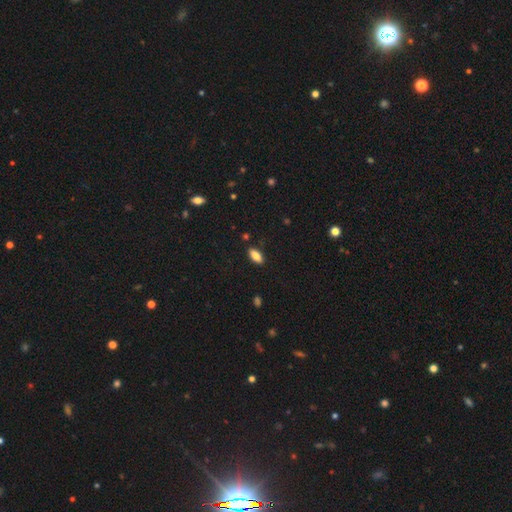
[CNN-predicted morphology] Smooth or featured? Predicted: smooth (p=0.82). How rounded? Predicted: in between (p=0.87). Merging? Predicted: none (p=0.88).